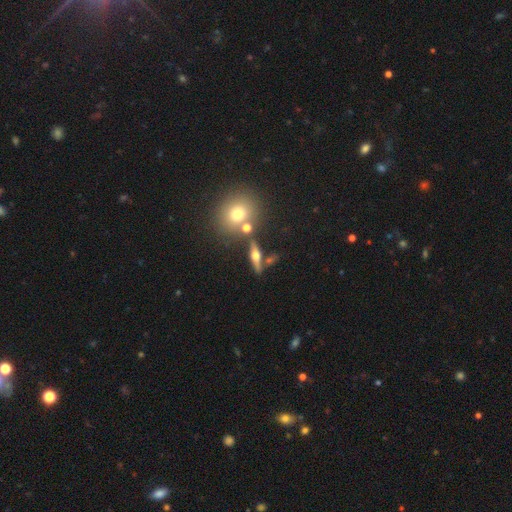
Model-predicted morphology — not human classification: Overall: featured or disk (66%). Edge-on disk: yes (89%). Edge-on bulge: rounded (96%). Merging: none (76%).